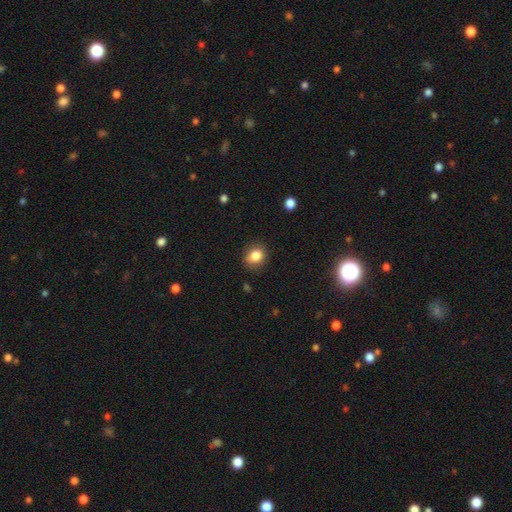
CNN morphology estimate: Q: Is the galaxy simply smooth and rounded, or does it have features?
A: smooth — 84%.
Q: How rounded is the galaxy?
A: round — 63%.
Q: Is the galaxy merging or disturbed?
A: none — 84%.